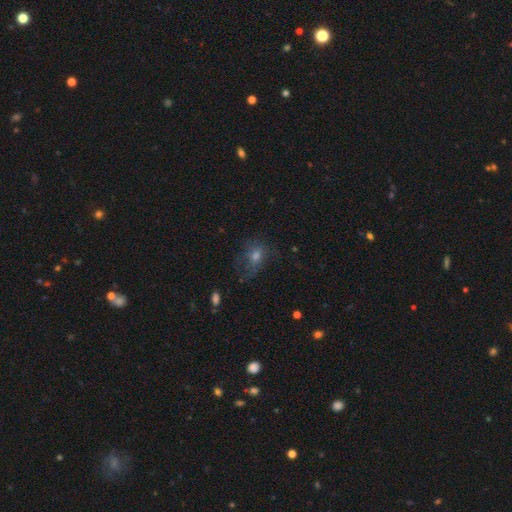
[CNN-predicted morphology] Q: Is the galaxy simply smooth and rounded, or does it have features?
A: smooth — 50%.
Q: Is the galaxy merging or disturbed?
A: none — 53%.